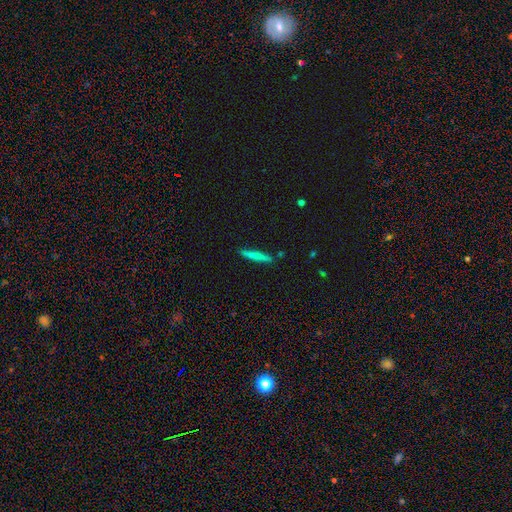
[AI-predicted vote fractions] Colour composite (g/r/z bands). It shows a smooth galaxy with no disk features (71%) that is cigar-shaped (95%). Merging: none (86%).